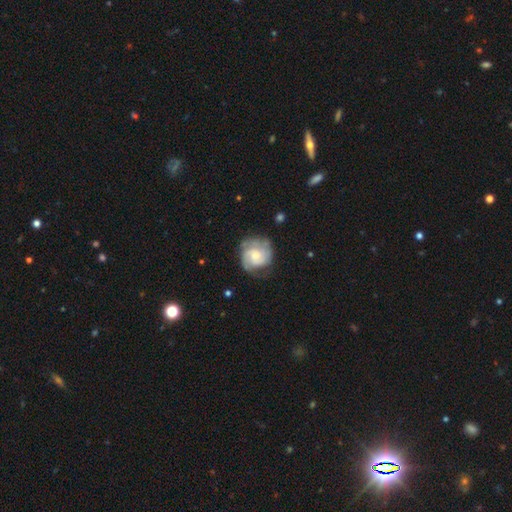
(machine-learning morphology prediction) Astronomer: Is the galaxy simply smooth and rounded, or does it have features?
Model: featured or disk — 70%.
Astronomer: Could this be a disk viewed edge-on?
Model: no — 98%.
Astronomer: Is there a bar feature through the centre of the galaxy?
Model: no — 67%.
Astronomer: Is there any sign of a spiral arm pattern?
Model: yes — 92%.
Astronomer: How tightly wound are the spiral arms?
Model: tight — 52% (runner-up: medium, 37%).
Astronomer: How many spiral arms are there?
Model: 2 — 46% (runner-up: can't tell, 24%).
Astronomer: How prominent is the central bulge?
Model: moderate — 42% (runner-up: small, 35%).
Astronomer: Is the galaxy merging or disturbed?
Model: none — 64%.